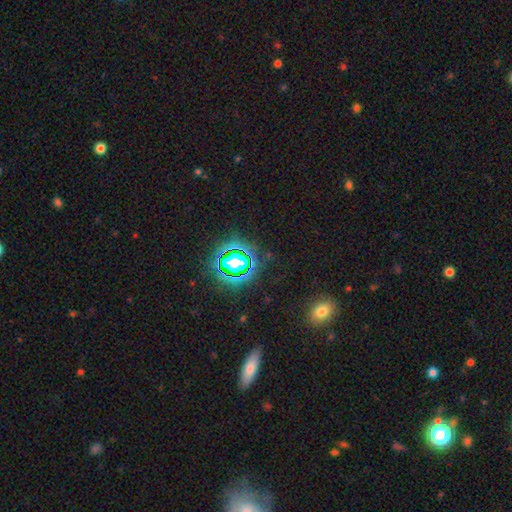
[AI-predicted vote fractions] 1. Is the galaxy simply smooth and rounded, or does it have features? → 70% star or artifact, 20% smooth, 9% featured or disk.